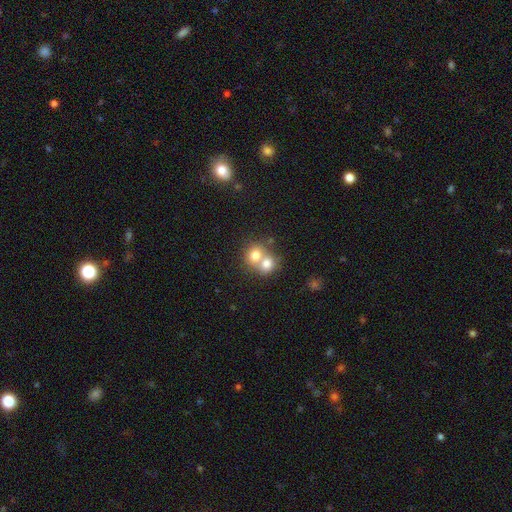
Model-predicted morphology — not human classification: smooth_or_featured: smooth (p=0.73) [alt: featured or disk p=0.17]
how_rounded: round (p=0.72) [alt: in between p=0.27]
merging: merger (p=0.67) [alt: none p=0.26]